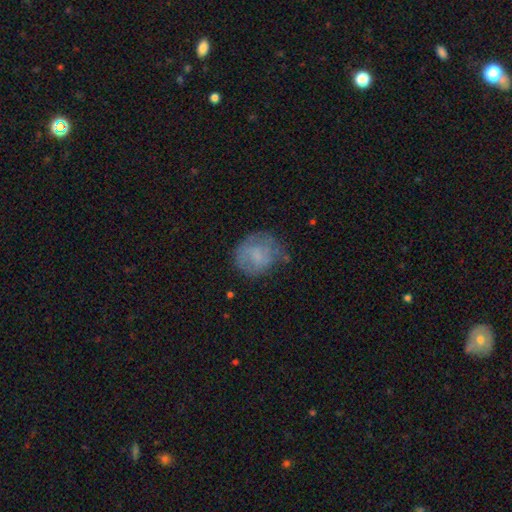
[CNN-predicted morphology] A smooth galaxy with no disk features (61%) that is round (74%). Merging: none (59%).